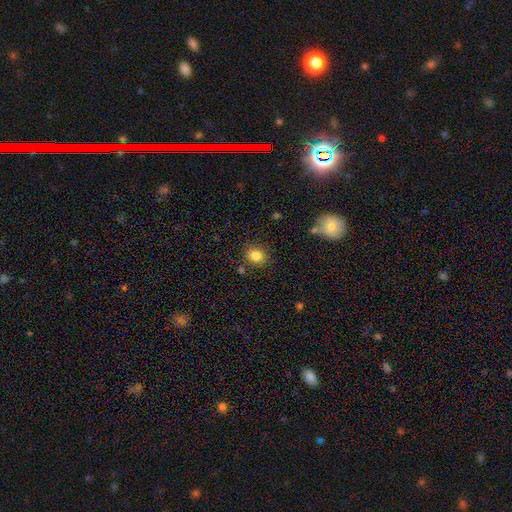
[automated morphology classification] Smooth or featured: smooth — 84% (star or artifact — 10%)
How rounded: round — 54% (in between — 45%)
Merging: none — 81% (minor disturbance — 11%)